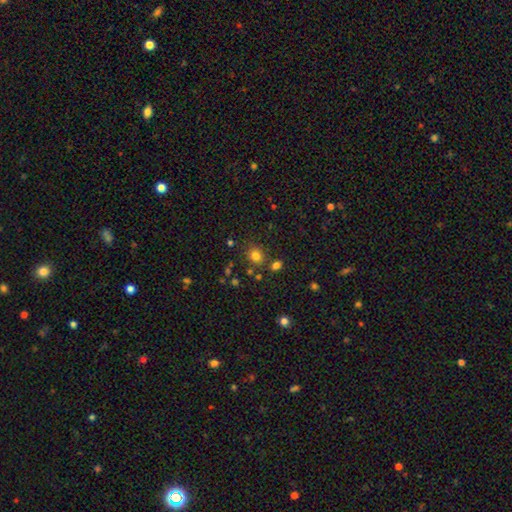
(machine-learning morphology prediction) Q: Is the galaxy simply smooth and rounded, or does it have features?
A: smooth — 79%.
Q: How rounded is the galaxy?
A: round — 72%.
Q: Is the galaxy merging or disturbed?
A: none — 77%.